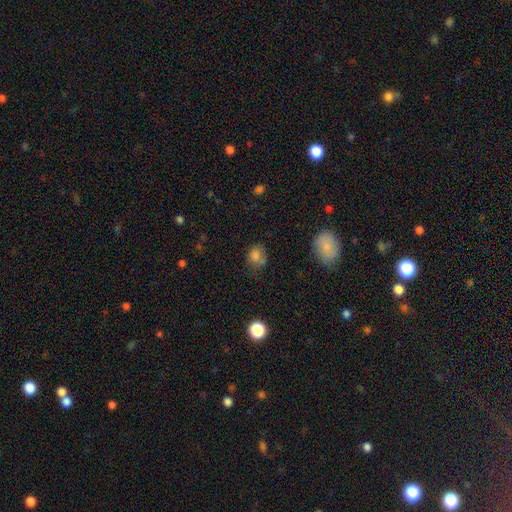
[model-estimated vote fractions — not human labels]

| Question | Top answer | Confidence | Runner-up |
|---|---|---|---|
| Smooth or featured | smooth | 77% | star or artifact (14%) |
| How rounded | round | 55% | in between (44%) |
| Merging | none | 55% | minor disturbance (28%) |